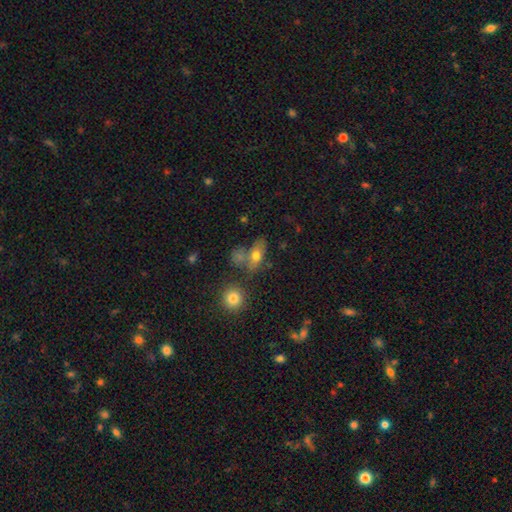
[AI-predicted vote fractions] smooth 63%, featured or disk 24%, star or artifact 13%. Down the decision tree: how rounded — in between (75%); merging — none (53%).